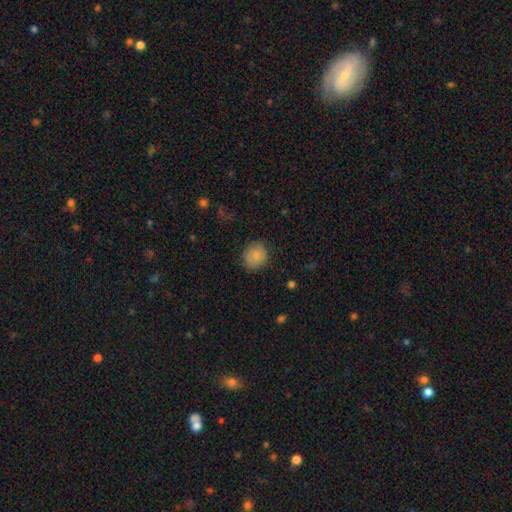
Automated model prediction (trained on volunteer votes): A smooth galaxy with no disk features (82%) that is round (81%).

Vote fractions:
- Smooth or featured? smooth: 82% / featured or disk: 10% / star or artifact: 8%
- How rounded? round: 81% / in between: 18% / cigar-shaped: 1%
- Merging? none: 82% / minor disturbance: 14% / major disturbance: 3% / merger: 1%